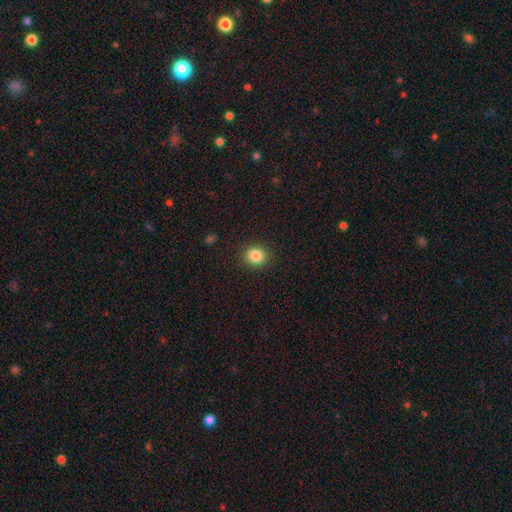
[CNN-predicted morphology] Smooth or featured?
  - smooth: 85% *
  - star or artifact: 10%
  - featured or disk: 5%
How rounded?
  - round: 81% *
  - in between: 18%
  - cigar-shaped: 1%
Merging?
  - none: 90% *
  - minor disturbance: 7%
  - major disturbance: 2%
  - merger: 1%